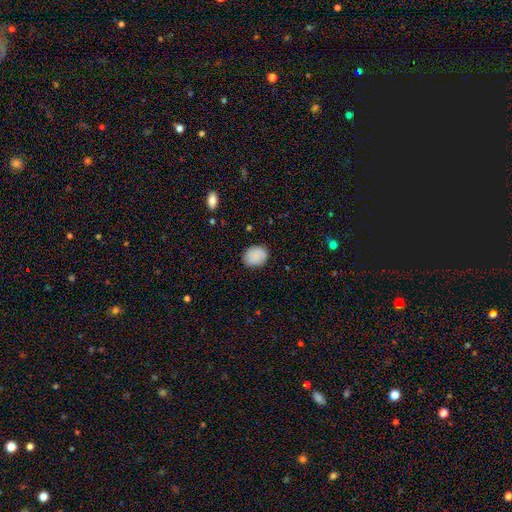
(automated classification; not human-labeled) smooth-or-featured: smooth: 85% | featured or disk: 8% | star or artifact: 7%
  how-rounded: round: 57% | in between: 42% | cigar-shaped: 1%
  merging: none: 82% | minor disturbance: 14% | major disturbance: 3% | merger: 1%